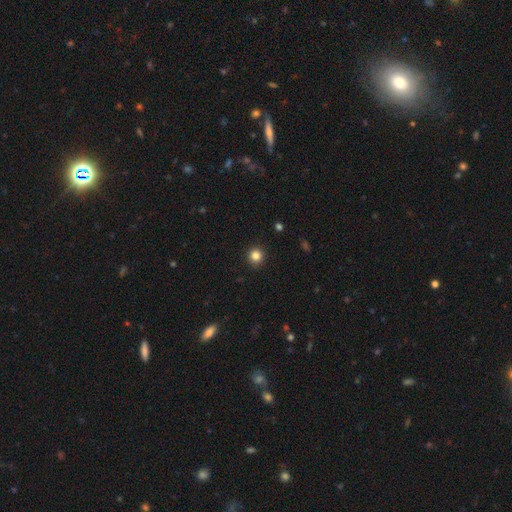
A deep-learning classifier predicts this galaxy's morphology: A smooth galaxy with no disk features (84%) that is round (94%). Merging: none (93%).